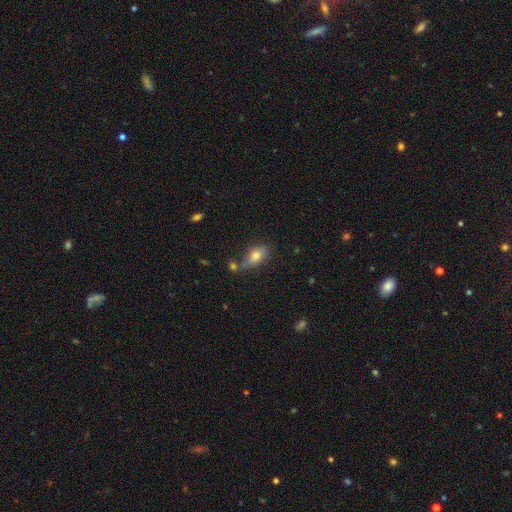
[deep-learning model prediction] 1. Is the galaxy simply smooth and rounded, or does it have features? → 79% smooth, 12% featured or disk, 9% star or artifact.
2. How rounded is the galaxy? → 87% in between, 9% round, 5% cigar-shaped.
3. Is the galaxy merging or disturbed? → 61% none, 19% minor disturbance, 15% merger, 5% major disturbance.